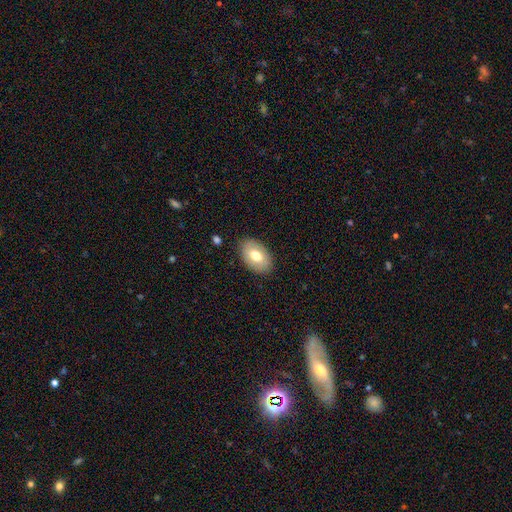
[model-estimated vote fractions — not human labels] Smooth or featured? Predicted: smooth (p=0.71). How rounded? Predicted: in between (p=0.91). Merging? Predicted: none (p=0.86).